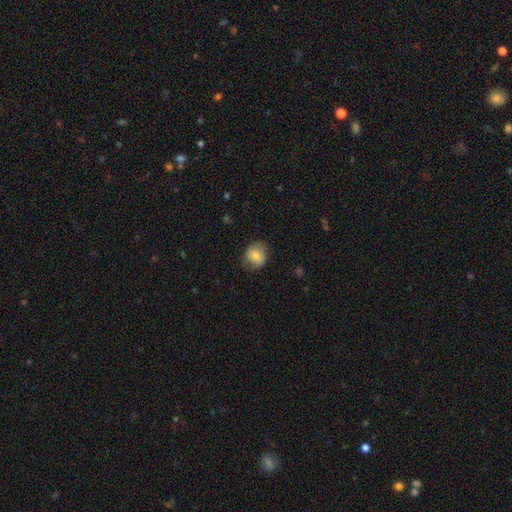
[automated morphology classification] type=smooth (73%); roundness=round (65%); merging=none (73%).